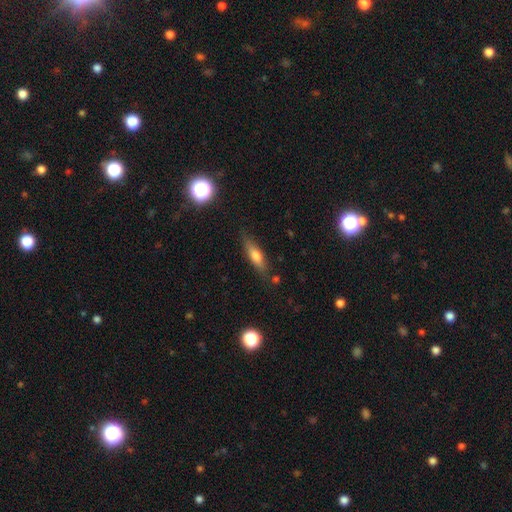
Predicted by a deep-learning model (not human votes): This appears to be a smooth galaxy with no disk features (63%) that is cigar-shaped (59%). Merging: none (79%).